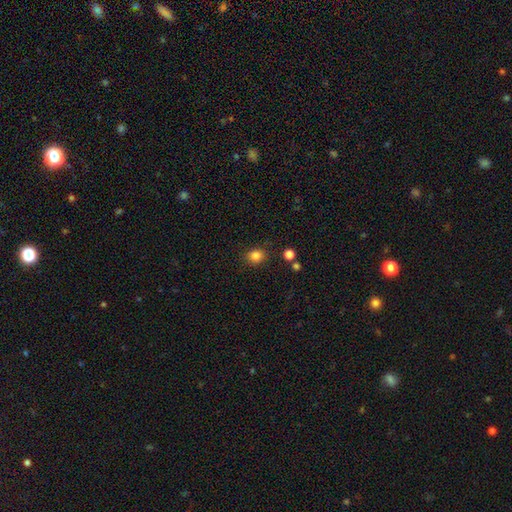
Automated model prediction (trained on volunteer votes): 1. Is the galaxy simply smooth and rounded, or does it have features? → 84% smooth, 12% star or artifact, 4% featured or disk.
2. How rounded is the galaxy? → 70% round, 29% in between, 1% cigar-shaped.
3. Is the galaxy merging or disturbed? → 85% none, 9% minor disturbance, 3% merger, 3% major disturbance.